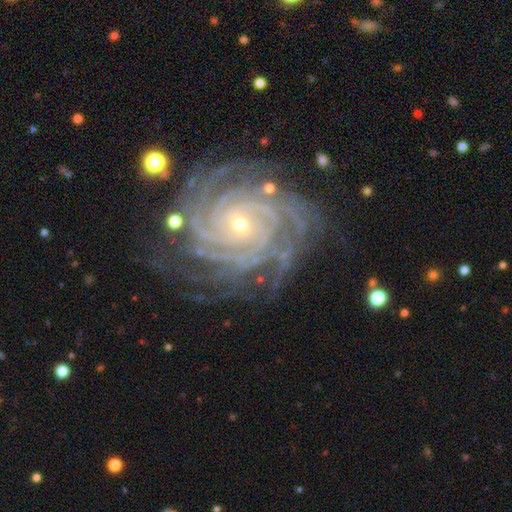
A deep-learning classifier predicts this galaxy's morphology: Overall: featured or disk (90%). Edge-on disk: no (97%). Bar: no (67%). Spiral arms: yes (98%). Spiral arm count: 4 (23%; more than 4 22%). Spiral winding: tight (83%). Bulge size: small (77%). Merging: none (80%).